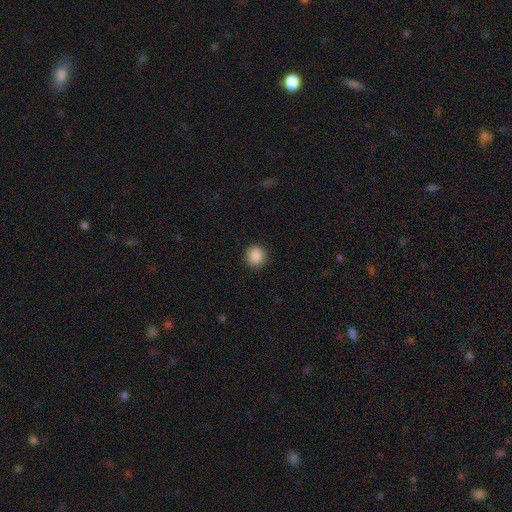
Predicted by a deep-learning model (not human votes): smooth_or_featured: smooth (p=0.88) [alt: star or artifact p=0.09]
how_rounded: round (p=0.91) [alt: in between p=0.08]
merging: none (p=0.91) [alt: minor disturbance p=0.06]